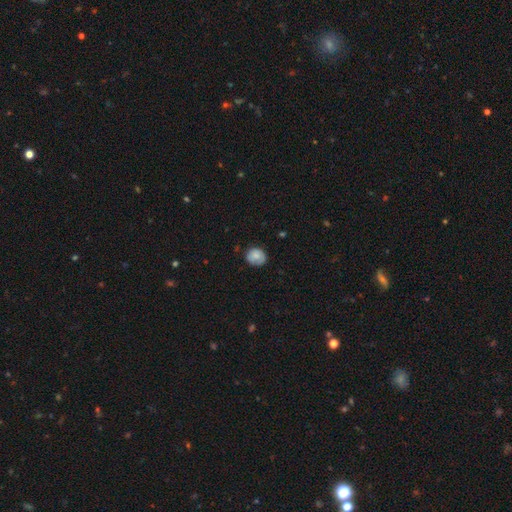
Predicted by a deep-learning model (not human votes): The model was most divided on "merging": none: 73%, minor disturbance: 21%, major disturbance: 4%, merger: 1%. More confident: how rounded — round (79%); smooth or featured — smooth (78%).